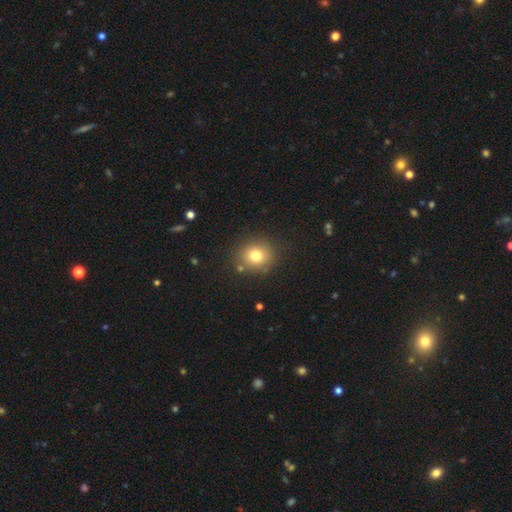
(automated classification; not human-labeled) Morphology: type=smooth (77%); roundness=round (80%); merging=none (85%).